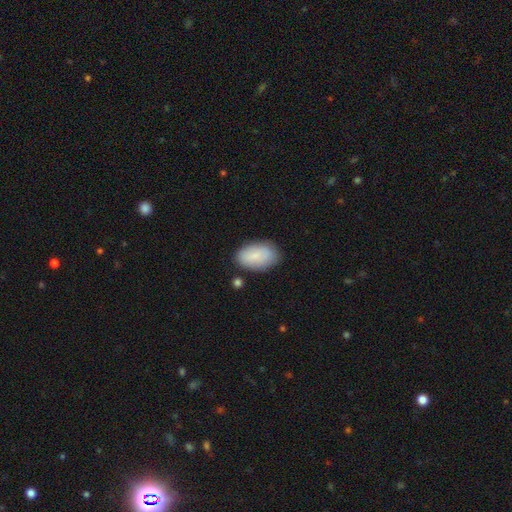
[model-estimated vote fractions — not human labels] smooth 82%, featured or disk 12%, star or artifact 6%. Down the decision tree: how rounded — in between (94%); merging — none (77%).